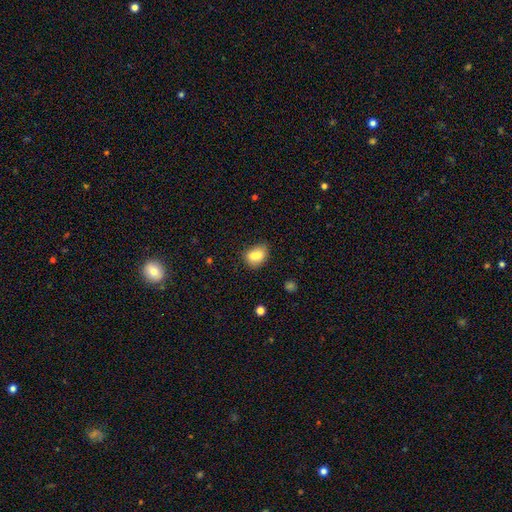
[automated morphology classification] smooth_or_featured: smooth (p=0.73) [alt: featured or disk p=0.17]
how_rounded: in between (p=0.62) [alt: round p=0.36]
merging: merger (p=0.42) [alt: none p=0.38]